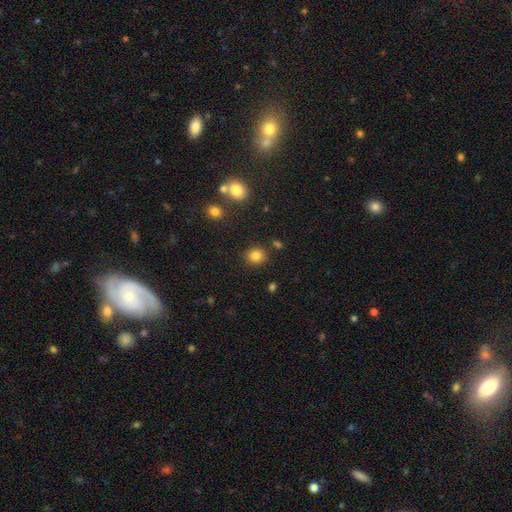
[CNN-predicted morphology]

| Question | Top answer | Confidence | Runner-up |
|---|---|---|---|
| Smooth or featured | smooth | 83% | star or artifact (11%) |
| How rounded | round | 77% | in between (22%) |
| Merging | none | 86% | minor disturbance (8%) |